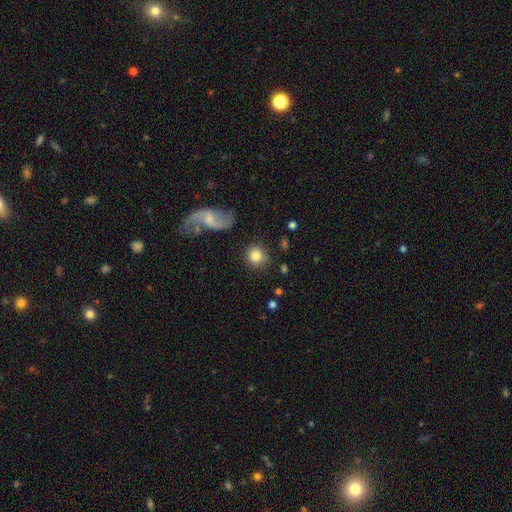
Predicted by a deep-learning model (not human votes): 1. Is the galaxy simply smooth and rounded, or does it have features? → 80% smooth, 11% featured or disk, 9% star or artifact.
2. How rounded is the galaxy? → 92% round, 7% in between, 1% cigar-shaped.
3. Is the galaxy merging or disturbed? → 84% none, 8% minor disturbance, 4% major disturbance, 4% merger.